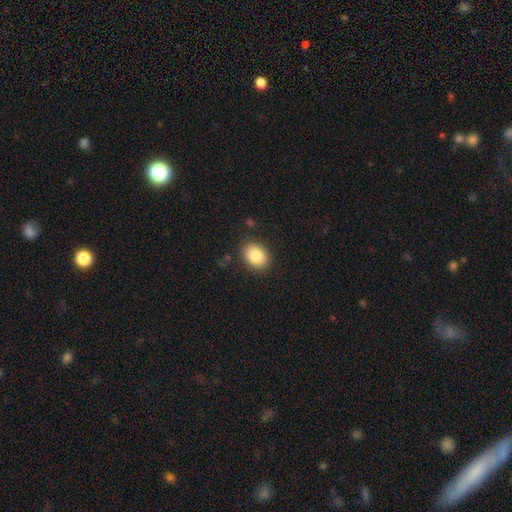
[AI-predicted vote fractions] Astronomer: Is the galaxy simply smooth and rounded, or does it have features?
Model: smooth — 84%.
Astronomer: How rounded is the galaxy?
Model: in between — 59% (runner-up: round, 40%).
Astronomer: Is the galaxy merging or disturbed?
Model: none — 87%.